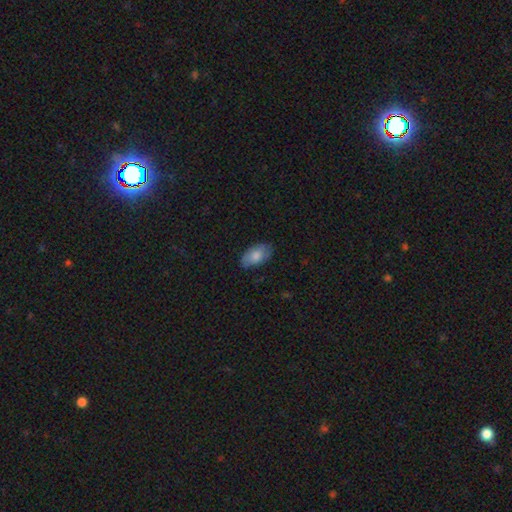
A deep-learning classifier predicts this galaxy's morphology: smooth-or-featured: smooth: 78% | featured or disk: 15% | star or artifact: 6%
  how-rounded: in between: 94% | round: 4% | cigar-shaped: 2%
  merging: none: 78% | minor disturbance: 18% | major disturbance: 3% | merger: 1%